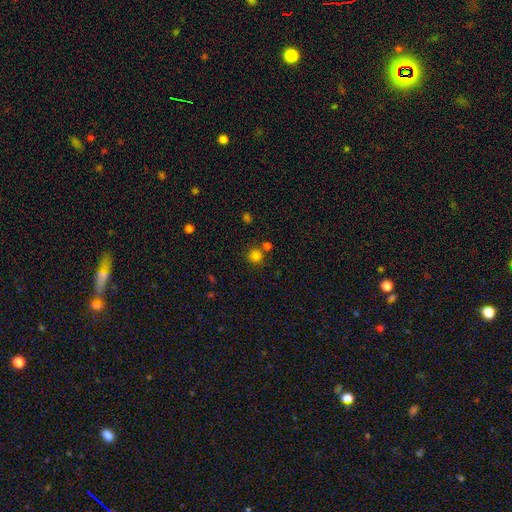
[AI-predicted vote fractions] This appears to be a smooth galaxy with no disk features (81%) that is round (92%). Merging: none (73%).